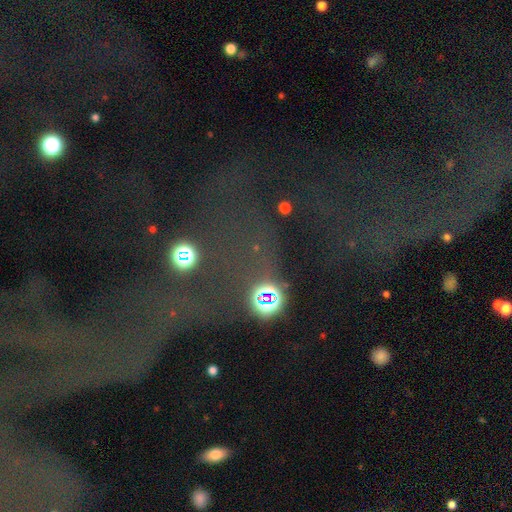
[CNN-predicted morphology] Smooth or featured: star or artifact — 59% (featured or disk — 22%)